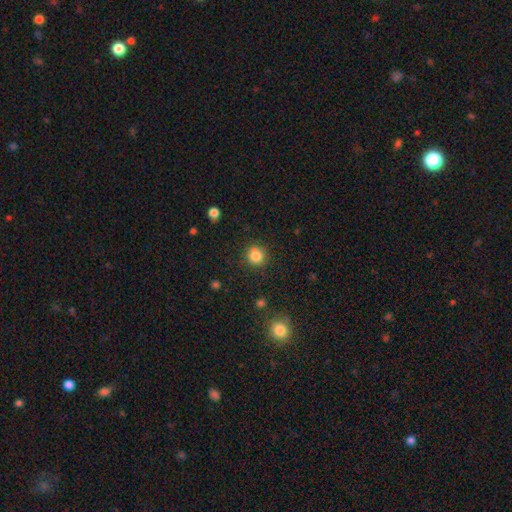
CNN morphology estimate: Overall: smooth (84%). How rounded: round (90%). Merging: none (86%).